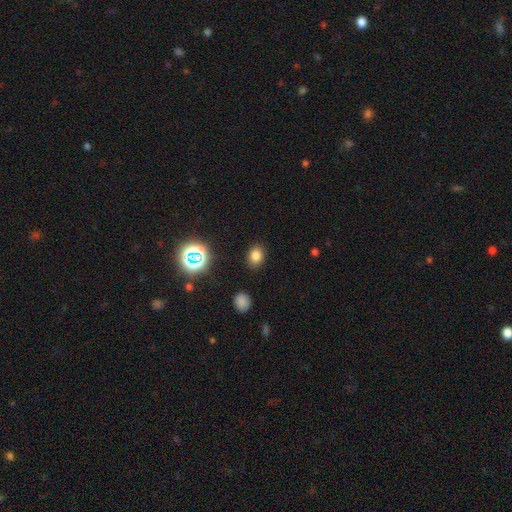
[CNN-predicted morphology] smooth_or_featured: smooth (p=0.76) [alt: star or artifact p=0.17]
how_rounded: in between (p=0.64) [alt: round p=0.35]
merging: none (p=0.86) [alt: minor disturbance p=0.09]